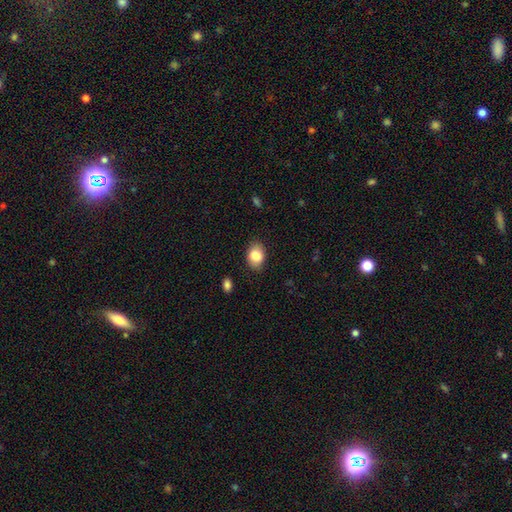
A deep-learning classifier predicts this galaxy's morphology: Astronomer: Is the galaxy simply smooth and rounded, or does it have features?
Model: smooth — 84%.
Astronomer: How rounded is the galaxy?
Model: in between — 73%.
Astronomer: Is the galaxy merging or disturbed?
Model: none — 83%.